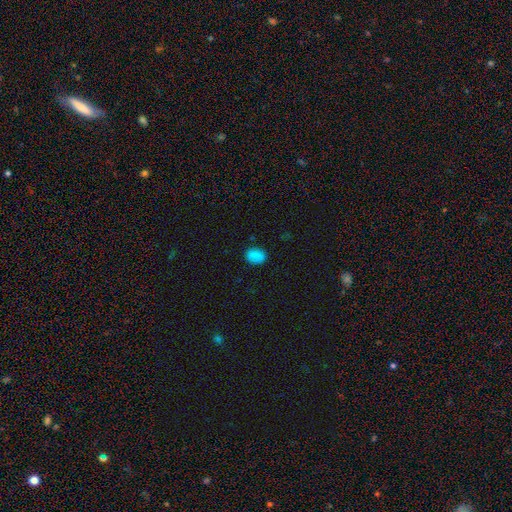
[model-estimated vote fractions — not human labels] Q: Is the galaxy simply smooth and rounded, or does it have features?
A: smooth — 84%.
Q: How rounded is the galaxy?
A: in between — 68%.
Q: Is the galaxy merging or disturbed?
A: none — 85%.